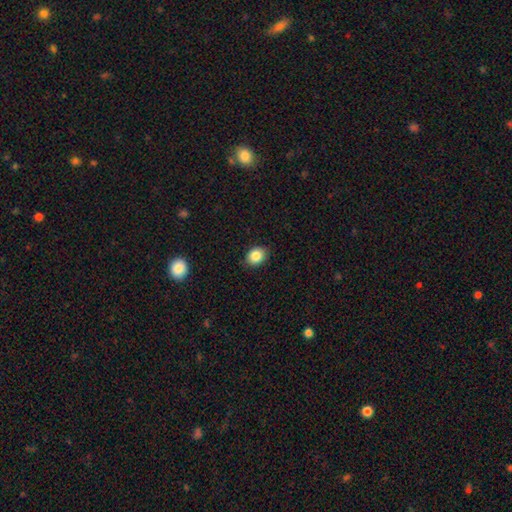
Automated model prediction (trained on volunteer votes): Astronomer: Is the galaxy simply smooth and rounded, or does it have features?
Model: smooth — 85%.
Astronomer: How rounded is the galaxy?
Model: in between — 55% (runner-up: round, 44%).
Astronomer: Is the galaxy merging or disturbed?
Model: none — 87%.